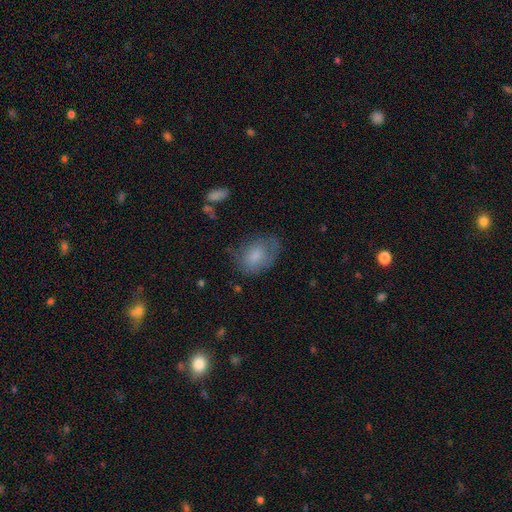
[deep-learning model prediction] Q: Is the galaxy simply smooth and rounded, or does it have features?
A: smooth — 73%.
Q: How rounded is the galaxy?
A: in between — 79%.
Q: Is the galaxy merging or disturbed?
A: none — 58%.